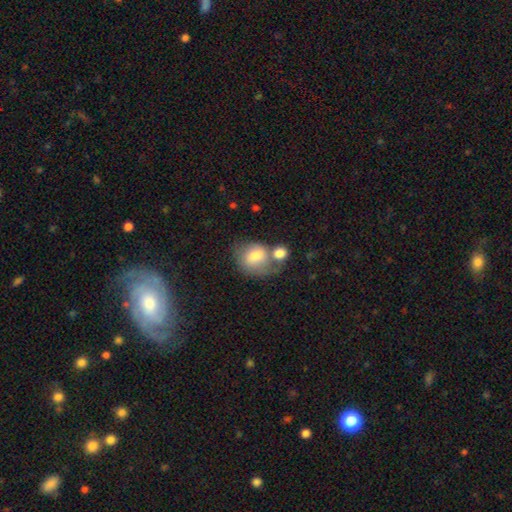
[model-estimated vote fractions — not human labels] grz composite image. It shows a smooth galaxy with no disk features (72%) that is round (60%). Merging: merger (40%).